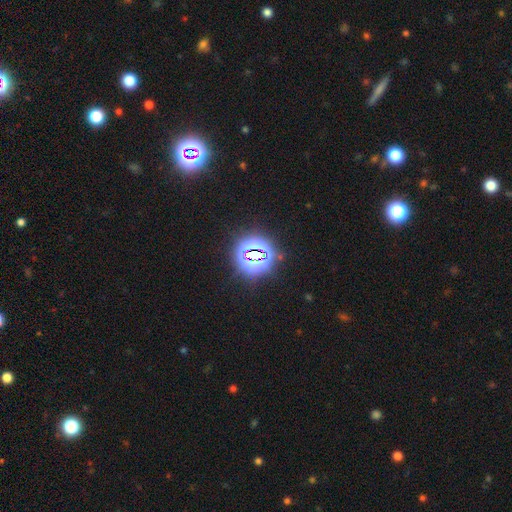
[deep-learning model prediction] This is likely a star or artifact rather than a galaxy (75%).